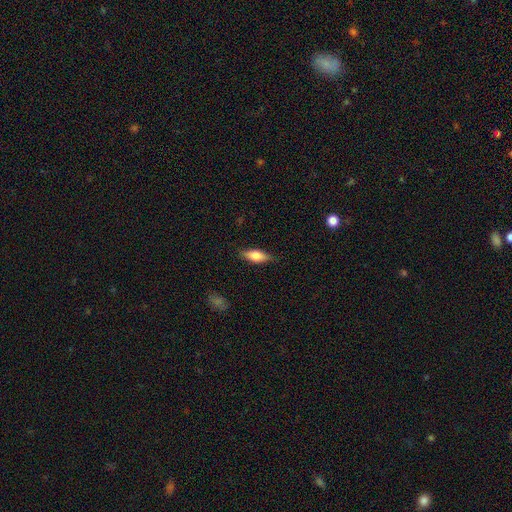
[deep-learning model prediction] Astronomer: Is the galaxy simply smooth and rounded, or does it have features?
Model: smooth — 62%.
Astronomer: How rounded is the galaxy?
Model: in between — 67%.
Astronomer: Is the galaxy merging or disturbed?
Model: none — 84%.